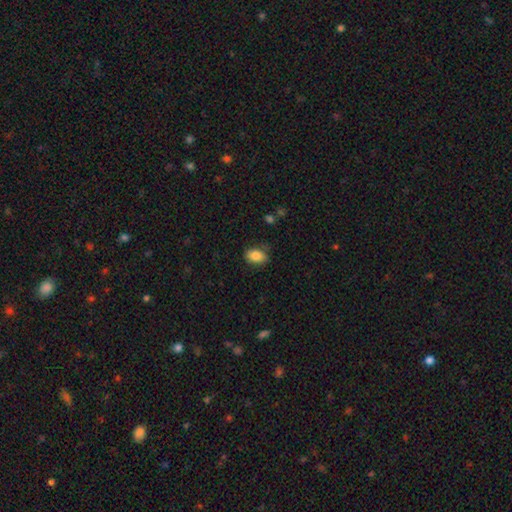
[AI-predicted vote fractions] smooth-or-featured: smooth: 83% | featured or disk: 8% | star or artifact: 8%
  how-rounded: in between: 84% | round: 14% | cigar-shaped: 2%
  merging: none: 72% | minor disturbance: 21% | major disturbance: 4% | merger: 2%